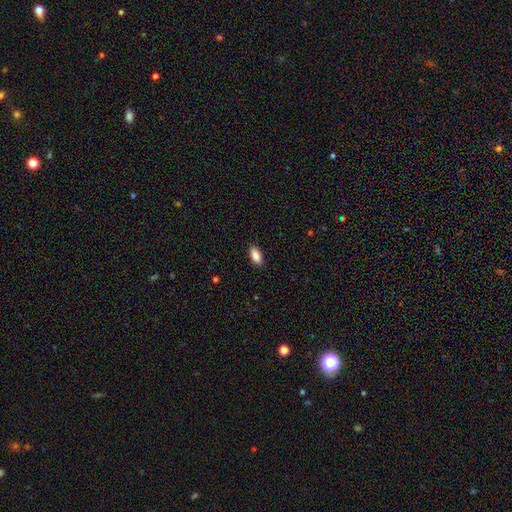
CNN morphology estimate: A smooth galaxy with no disk features (89%) that is in between round and cigar-shaped (91%).

Vote fractions:
- Smooth or featured? smooth: 89% / star or artifact: 7% / featured or disk: 4%
- How rounded? in between: 91% / cigar-shaped: 6% / round: 3%
- Merging? none: 89% / minor disturbance: 8% / major disturbance: 2% / merger: 1%